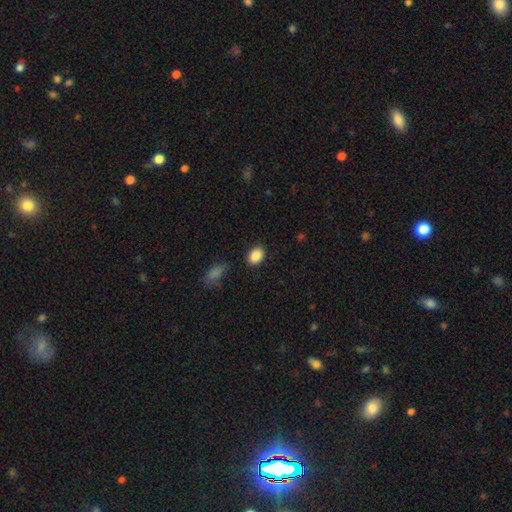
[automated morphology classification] Smooth or featured?
  - smooth: 88% *
  - star or artifact: 8%
  - featured or disk: 4%
How rounded?
  - in between: 77% *
  - round: 22%
  - cigar-shaped: 1%
Merging?
  - none: 86% *
  - minor disturbance: 10%
  - major disturbance: 3%
  - merger: 2%